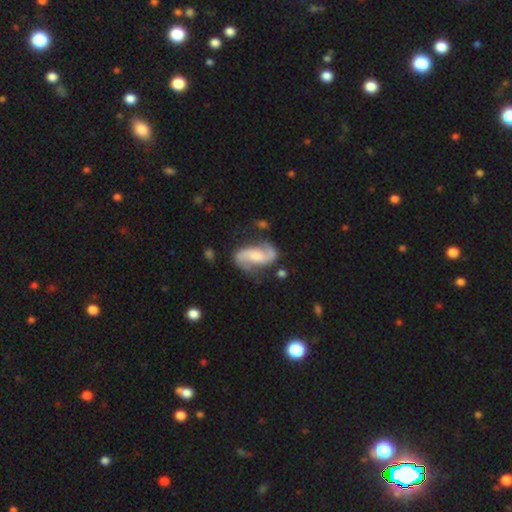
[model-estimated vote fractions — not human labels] smooth-or-featured: featured or disk: 85% | smooth: 10% | star or artifact: 5%
  disk-edge-on: no: 97% | yes: 3%
    bar: no: 41% | weak: 38% | strong: 20%
    has-spiral-arms: yes: 97% | no: 3%
      spiral-winding: loose: 52% | medium: 38% | tight: 11%
      spiral-arm-count: 2: 93% | can't tell: 2% | 1: 2% | 3: 1% | 4: 1% | more than 4: 1%
    bulge-size: moderate: 36% | small: 26% | none: 21% | large: 15% | dominant: 2%
  merging: none: 71% | minor disturbance: 18% | major disturbance: 8% | merger: 4%